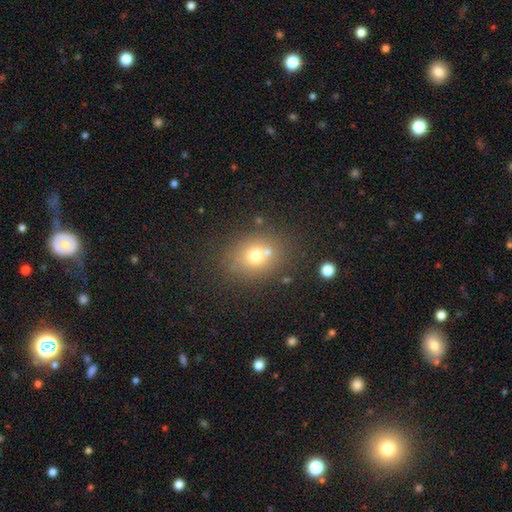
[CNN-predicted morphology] A smooth galaxy with no disk features (68%) that is round (63%).

Vote fractions:
- Smooth or featured? smooth: 68% / star or artifact: 16% / featured or disk: 15%
- How rounded? round: 63% / in between: 36% / cigar-shaped: 1%
- Merging? none: 66% / merger: 18% / minor disturbance: 11% / major disturbance: 4%